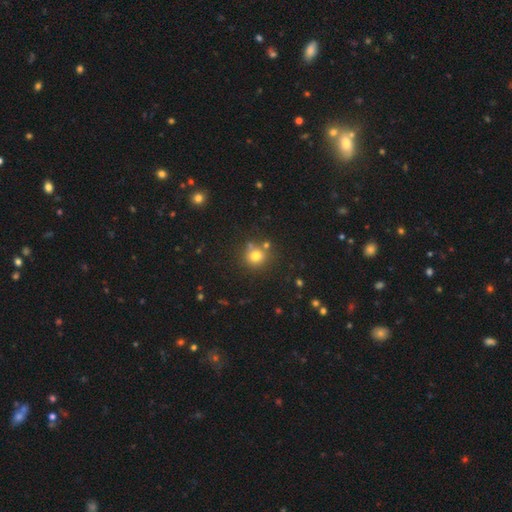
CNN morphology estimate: Smooth or featured?
  - smooth: 76% *
  - star or artifact: 15%
  - featured or disk: 9%
How rounded?
  - round: 91% *
  - in between: 8%
  - cigar-shaped: 1%
Merging?
  - none: 73% *
  - merger: 13%
  - minor disturbance: 11%
  - major disturbance: 4%